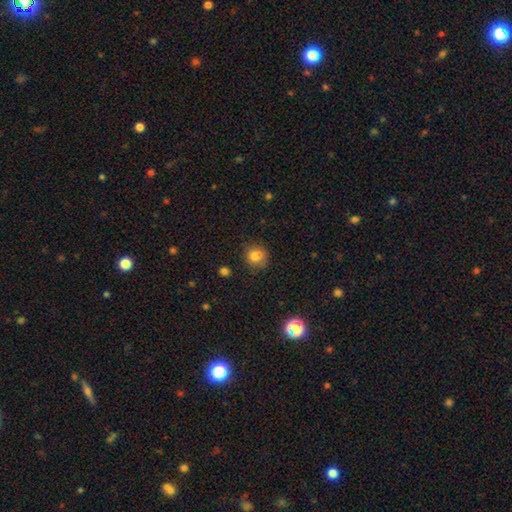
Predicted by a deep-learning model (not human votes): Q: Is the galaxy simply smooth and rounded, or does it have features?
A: smooth — 81%.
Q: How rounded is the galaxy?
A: round — 67%.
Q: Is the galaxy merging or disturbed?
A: none — 68%.